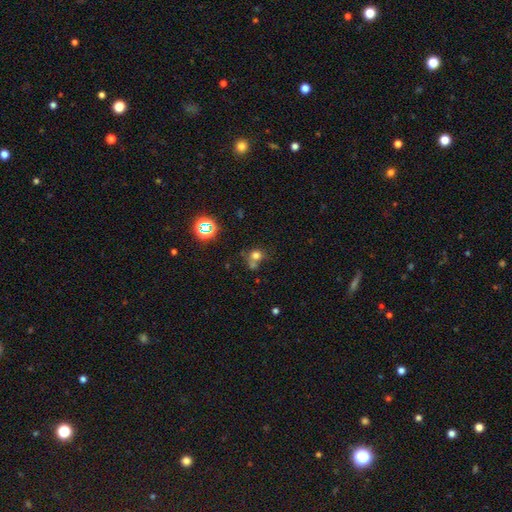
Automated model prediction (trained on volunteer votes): The model was most divided on "merging": none: 45%, merger: 33%, minor disturbance: 14%, major disturbance: 8%. More confident: how rounded — round (77%); smooth or featured — smooth (68%).